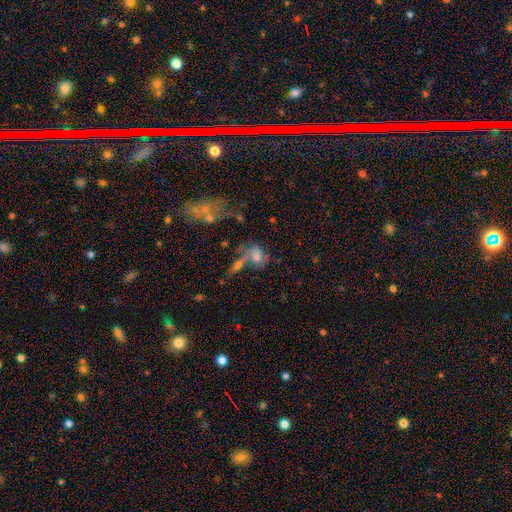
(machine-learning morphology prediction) Q: Smooth or featured?
A: smooth (58%); runner-up: featured or disk (27%)
Q: How rounded?
A: in between (59%); runner-up: round (34%)
Q: Merging?
A: merger (39%); runner-up: none (33%)